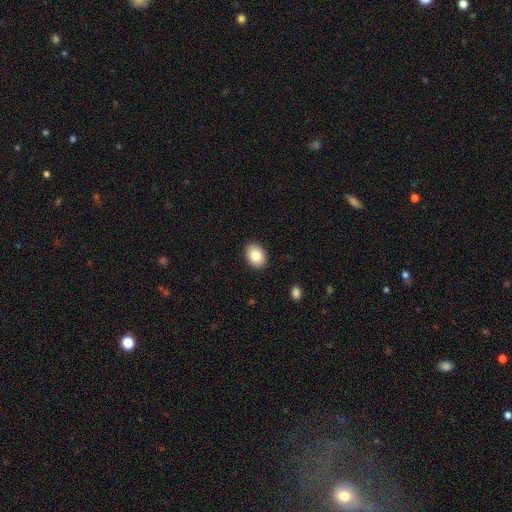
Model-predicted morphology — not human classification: A smooth galaxy with no disk features (83%) that is in between round and cigar-shaped (67%).

Vote fractions:
- Smooth or featured? smooth: 83% / featured or disk: 9% / star or artifact: 8%
- How rounded? in between: 67% / round: 32% / cigar-shaped: 1%
- Merging? none: 90% / minor disturbance: 7% / major disturbance: 2% / merger: 1%